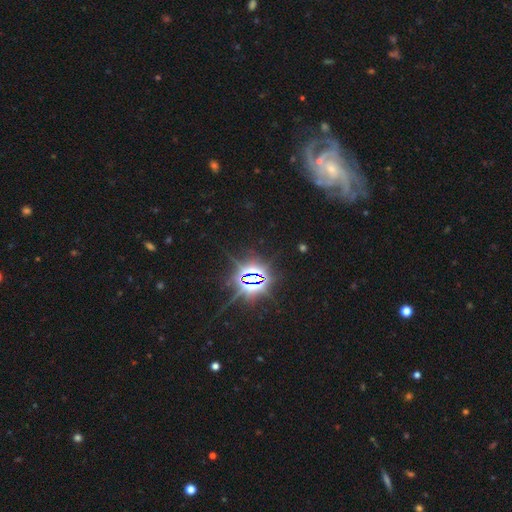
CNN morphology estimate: star or artifact 58%, featured or disk 27%, smooth 15%.